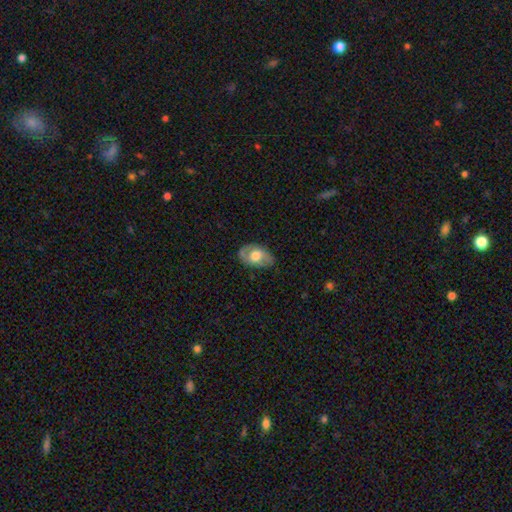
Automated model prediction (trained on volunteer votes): Smooth or featured? Predicted: featured or disk (p=0.47, tied with smooth). Merging? Predicted: none (p=0.72).